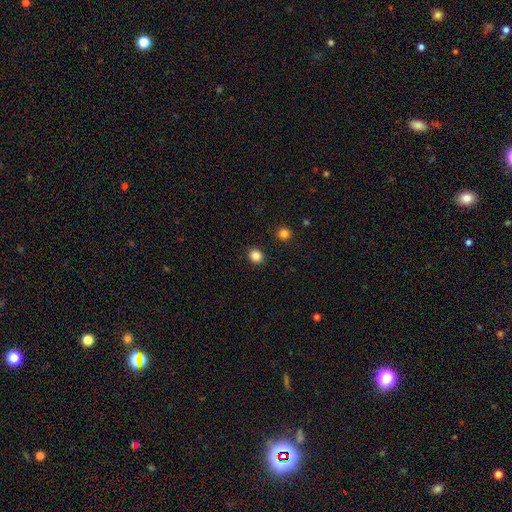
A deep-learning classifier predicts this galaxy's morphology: type=smooth (84%); roundness=round (80%); merging=none (91%).